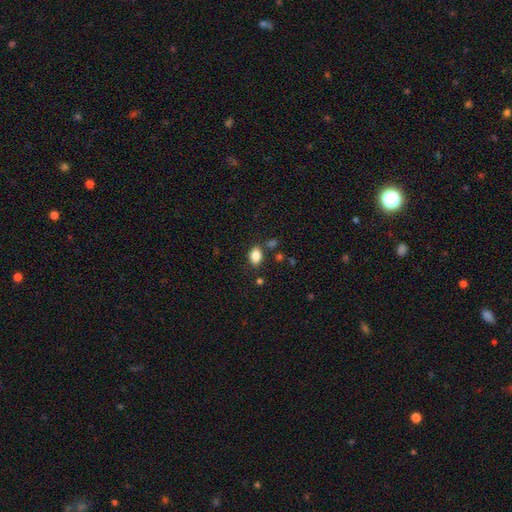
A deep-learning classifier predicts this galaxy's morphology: Smooth or featured? Predicted: smooth (p=0.85). How rounded? Predicted: in between (p=0.81). Merging? Predicted: none (p=0.80).